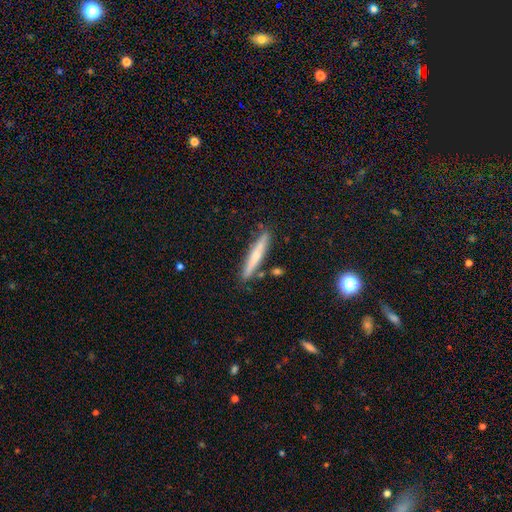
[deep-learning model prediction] This is possibly a smooth galaxy (56%). How rounded: clearly cigar-shaped (94%). Merging: clearly none (85%).